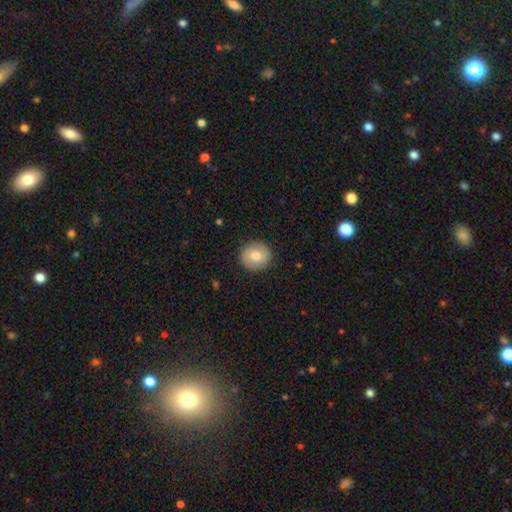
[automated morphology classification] Smooth or featured? smooth (71%)
How rounded? round (87%)
Merging? none (89%)